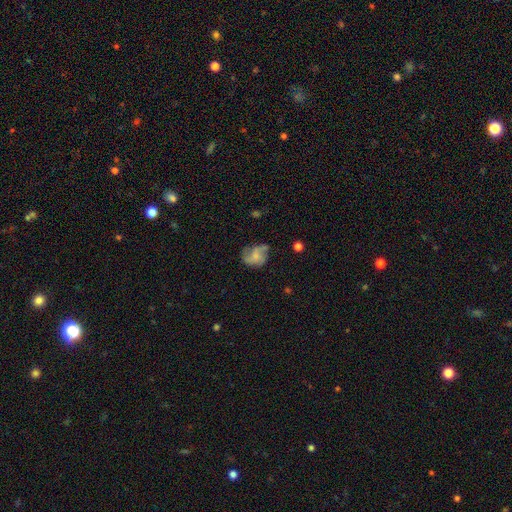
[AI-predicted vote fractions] Smooth or featured?
  - featured or disk: 55% *
  - smooth: 36%
  - star or artifact: 9%
Edge-on disk?
  - no: 98% *
  - yes: 2%
Bar?
  - no: 70% *
  - weak: 26%
  - strong: 5%
Spiral arms?
  - yes: 77% *
  - no: 23%
Bulge size?
  - small: 50% *
  - none: 23%
  - moderate: 23%
  - large: 2%
  - dominant: 1%
Merging?
  - none: 52% *
  - minor disturbance: 26%
  - major disturbance: 18%
  - merger: 3%